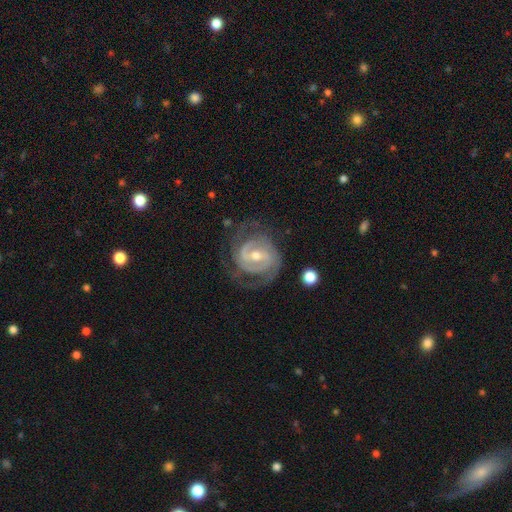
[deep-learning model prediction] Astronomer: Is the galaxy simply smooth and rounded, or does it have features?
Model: featured or disk — 91%.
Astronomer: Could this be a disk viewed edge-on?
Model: no — 97%.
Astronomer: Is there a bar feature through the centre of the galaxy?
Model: weak — 48% (runner-up: strong, 31%).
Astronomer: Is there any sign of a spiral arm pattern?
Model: yes — 97%.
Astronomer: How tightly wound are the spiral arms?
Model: tight — 65%.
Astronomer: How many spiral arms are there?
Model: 2 — 57%.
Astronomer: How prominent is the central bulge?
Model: moderate — 57% (runner-up: small, 39%).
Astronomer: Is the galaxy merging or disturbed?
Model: none — 72%.